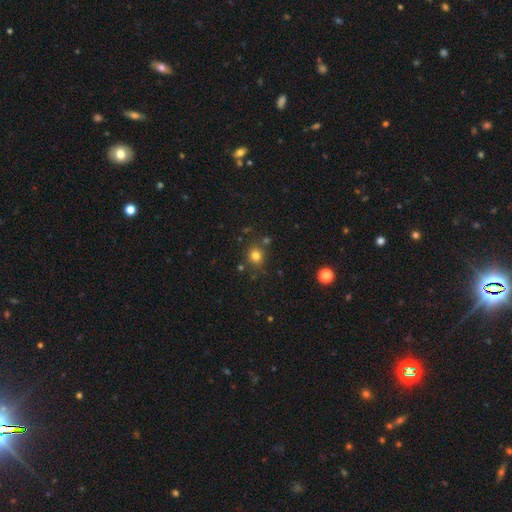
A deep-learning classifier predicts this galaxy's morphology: Overall: smooth (78%). How rounded: round (76%). Merging: none (77%).